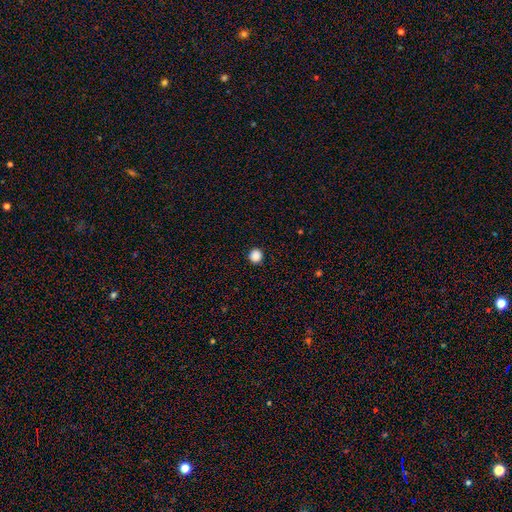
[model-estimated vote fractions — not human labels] Smooth or featured: smooth — 88% (star or artifact — 10%)
How rounded: round — 93% (in between — 6%)
Merging: none — 93% (minor disturbance — 4%)